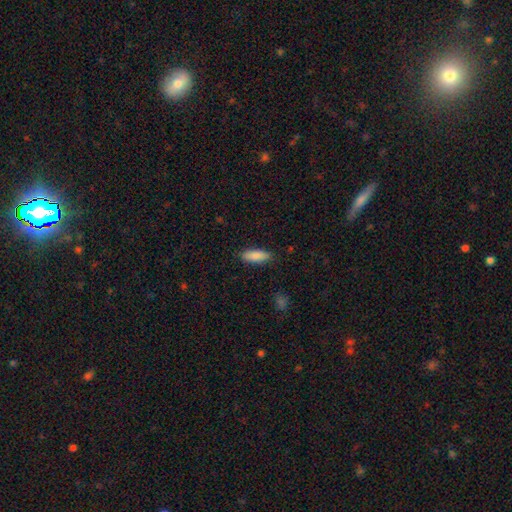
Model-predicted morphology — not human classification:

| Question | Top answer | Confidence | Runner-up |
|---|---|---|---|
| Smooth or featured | smooth | 88% | star or artifact (6%) |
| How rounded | in between | 69% | cigar-shaped (29%) |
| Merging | none | 87% | minor disturbance (10%) |